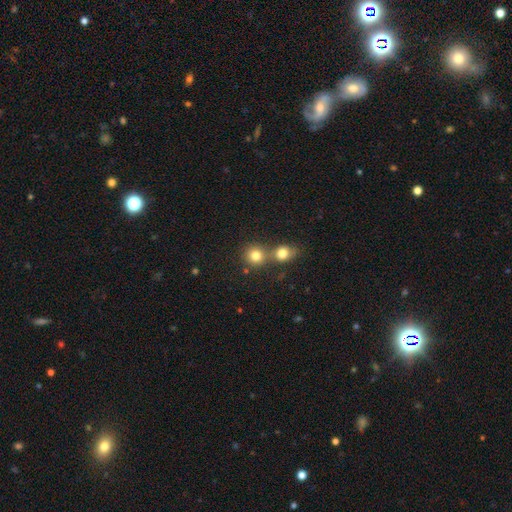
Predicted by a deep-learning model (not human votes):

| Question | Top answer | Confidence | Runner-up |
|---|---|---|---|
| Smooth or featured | smooth | 79% | star or artifact (12%) |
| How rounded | round | 87% | in between (12%) |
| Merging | none | 52% | merger (38%) |